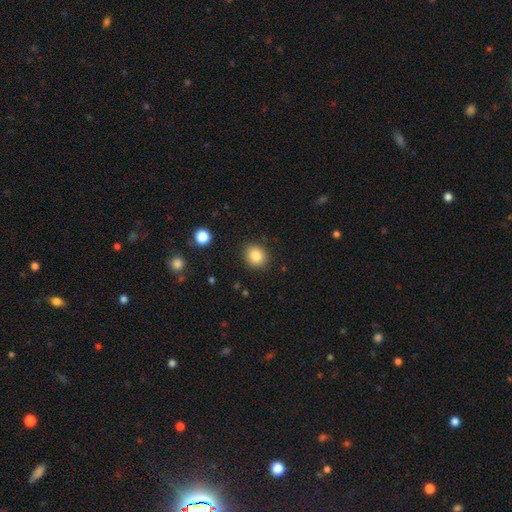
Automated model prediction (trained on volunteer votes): This appears to be a smooth galaxy with no disk features (85%) that is round (77%). Merging: none (89%).